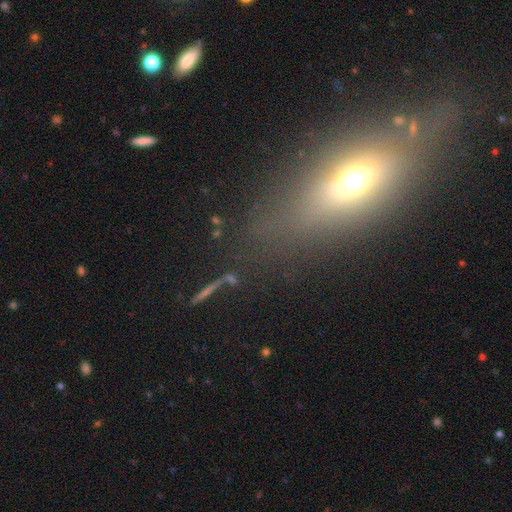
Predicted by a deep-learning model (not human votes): A smooth galaxy with no disk features (47%).

Vote fractions:
- Smooth or featured? smooth: 47% / featured or disk: 29% / star or artifact: 25%
- Merging? none: 76% / minor disturbance: 12% / major disturbance: 7% / merger: 5%